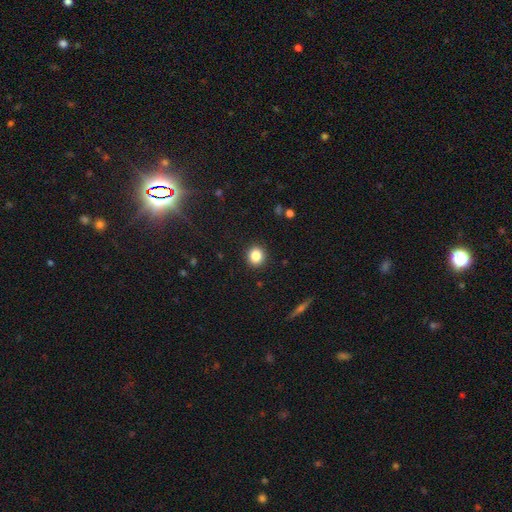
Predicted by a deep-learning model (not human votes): Smooth or featured?
  - smooth: 84% *
  - star or artifact: 11%
  - featured or disk: 5%
How rounded?
  - round: 88% *
  - in between: 11%
  - cigar-shaped: 1%
Merging?
  - none: 92% *
  - minor disturbance: 5%
  - major disturbance: 2%
  - merger: 1%